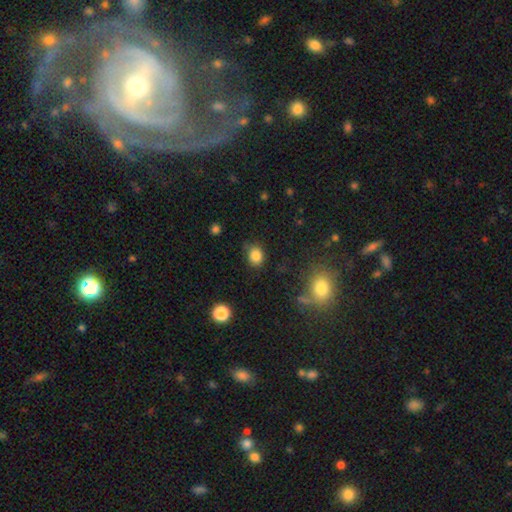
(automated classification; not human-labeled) A smooth galaxy with no disk features (84%) that is round (65%).

Vote fractions:
- Smooth or featured? smooth: 84% / star or artifact: 12% / featured or disk: 5%
- How rounded? round: 65% / in between: 34% / cigar-shaped: 1%
- Merging? none: 73% / minor disturbance: 19% / major disturbance: 5% / merger: 3%